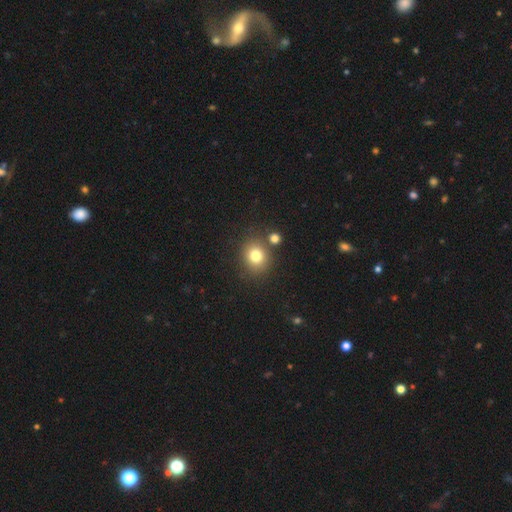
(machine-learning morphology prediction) Overall: smooth (79%). How rounded: round (77%). Merging: none (76%).